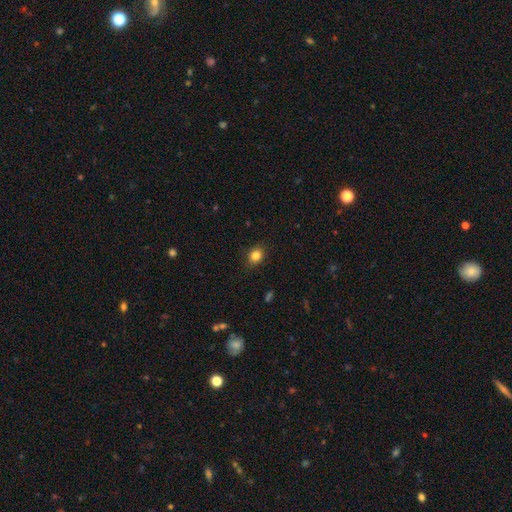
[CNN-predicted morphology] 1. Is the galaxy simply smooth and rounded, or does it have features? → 83% smooth, 11% star or artifact, 6% featured or disk.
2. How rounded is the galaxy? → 61% round, 38% in between, 1% cigar-shaped.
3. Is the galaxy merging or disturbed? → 87% none, 10% minor disturbance, 2% major disturbance, 1% merger.